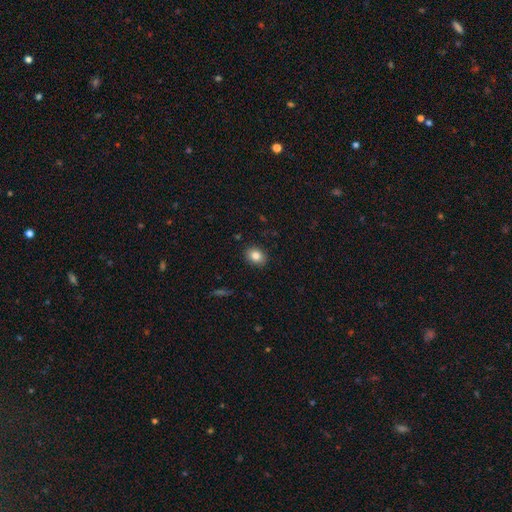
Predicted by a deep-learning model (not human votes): A smooth galaxy with no disk features (83%) that is in between round and cigar-shaped (58%). Merging: none (89%).